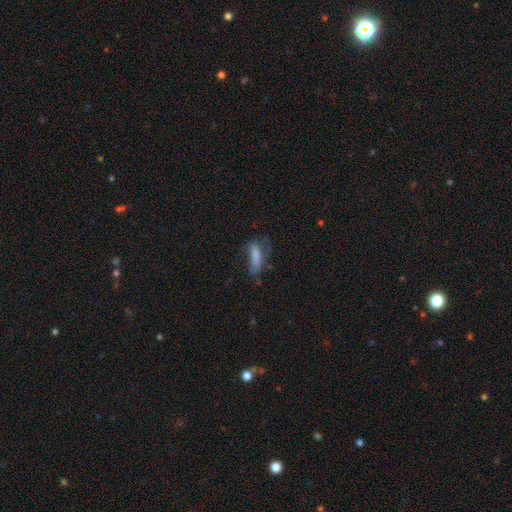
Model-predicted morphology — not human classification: The model was most divided on "how rounded": in between: 52%, cigar-shaped: 46%, round: 2%. Remaining: smooth or featured — smooth (70%); merging — none (37%).